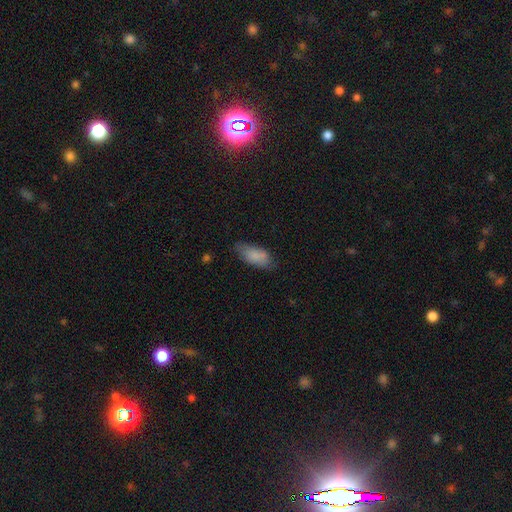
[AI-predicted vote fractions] Overall: smooth (83%). How rounded: in between (87%). Merging: none (68%).